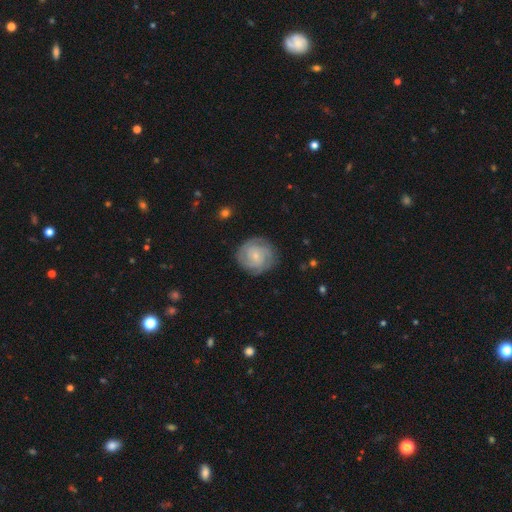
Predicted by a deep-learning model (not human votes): Smooth or featured? featured or disk (73%)
Edge-on disk? no (98%)
Bar? no (68%)
Spiral arms? yes (94%)
Spiral winding? tight (71%)
Spiral arm count? can't tell (29%)
Bulge size? small (78%)
Merging? none (82%)